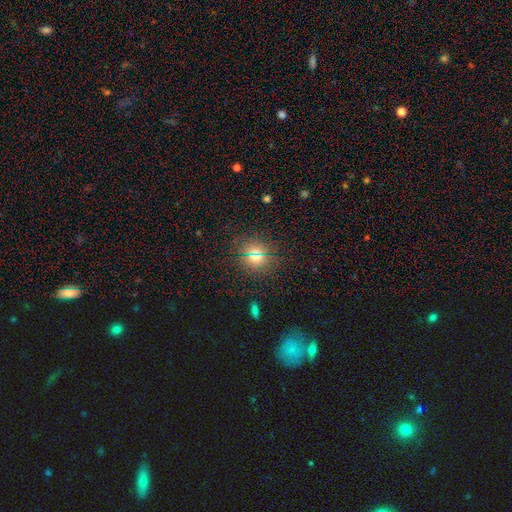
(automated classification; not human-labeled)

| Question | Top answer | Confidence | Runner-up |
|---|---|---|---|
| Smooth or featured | smooth | 64% | star or artifact (27%) |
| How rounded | round | 85% | in between (14%) |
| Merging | none | 87% | minor disturbance (8%) |